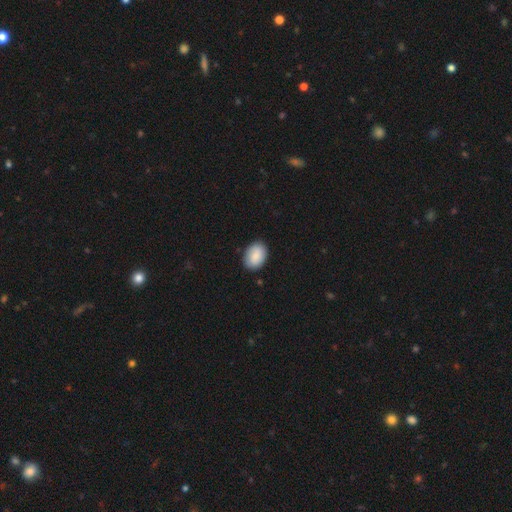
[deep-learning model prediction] A smooth galaxy with no disk features (88%) that is in between round and cigar-shaped (78%).

Vote fractions:
- Smooth or featured? smooth: 88% / featured or disk: 6% / star or artifact: 6%
- How rounded? in between: 78% / round: 21% / cigar-shaped: 1%
- Merging? none: 86% / minor disturbance: 10% / major disturbance: 2% / merger: 1%